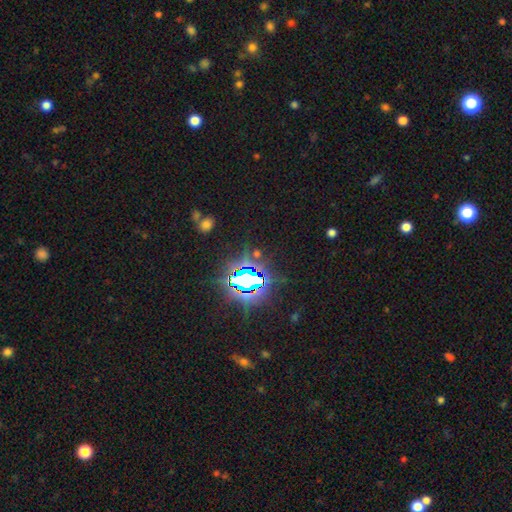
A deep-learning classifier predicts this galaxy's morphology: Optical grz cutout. It shows a star or artifact, not a galaxy (81%).